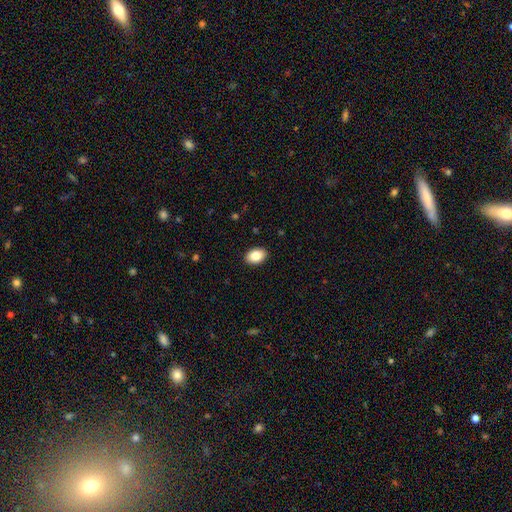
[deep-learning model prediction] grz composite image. It shows a smooth galaxy with no disk features (86%) that is in between round and cigar-shaped (84%). Merging: none (91%).